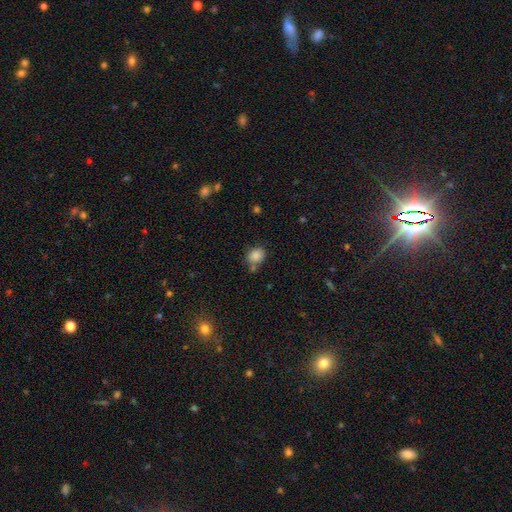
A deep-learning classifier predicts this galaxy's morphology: smooth_or_featured: smooth (p=0.85) [alt: star or artifact p=0.10]
how_rounded: round (p=0.61) [alt: in between p=0.38]
merging: none (p=0.64) [alt: minor disturbance p=0.18]